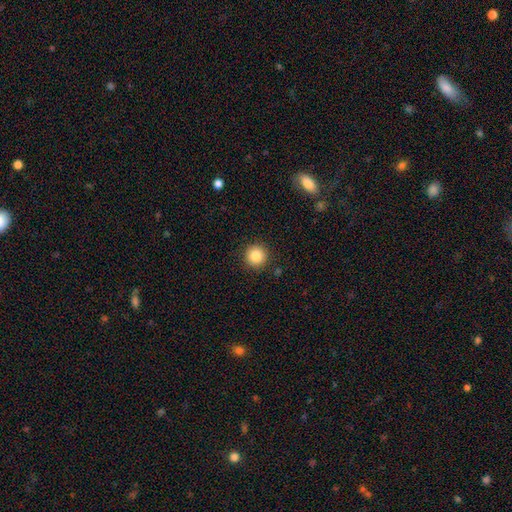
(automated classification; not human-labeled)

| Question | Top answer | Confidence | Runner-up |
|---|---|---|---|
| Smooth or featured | smooth | 85% | star or artifact (10%) |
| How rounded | round | 95% | in between (4%) |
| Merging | none | 91% | minor disturbance (6%) |